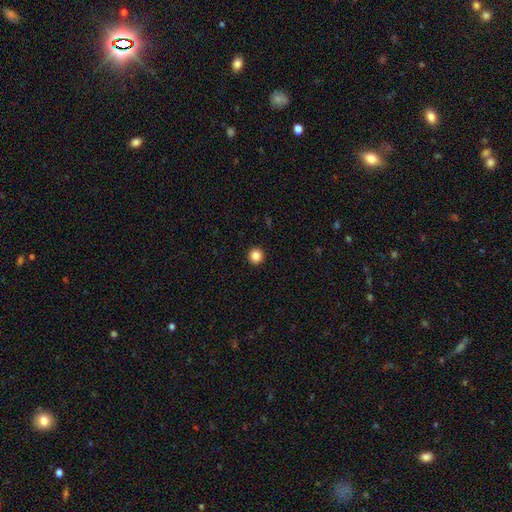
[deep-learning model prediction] Morphology: type=smooth (86%); roundness=round (95%); merging=none (94%).